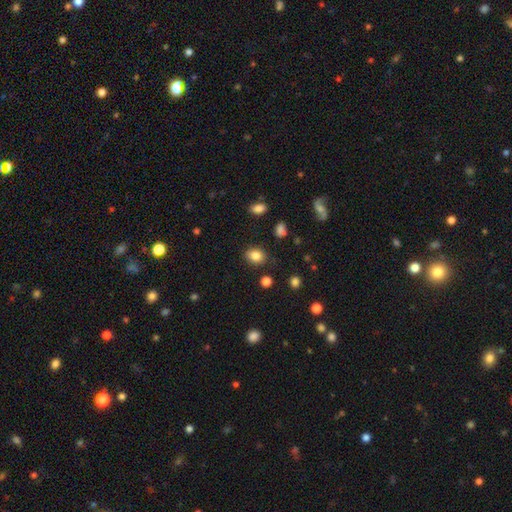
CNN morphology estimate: This appears to be a smooth galaxy with no disk features (84%) that is in between round and cigar-shaped (57%). Merging: none (84%).